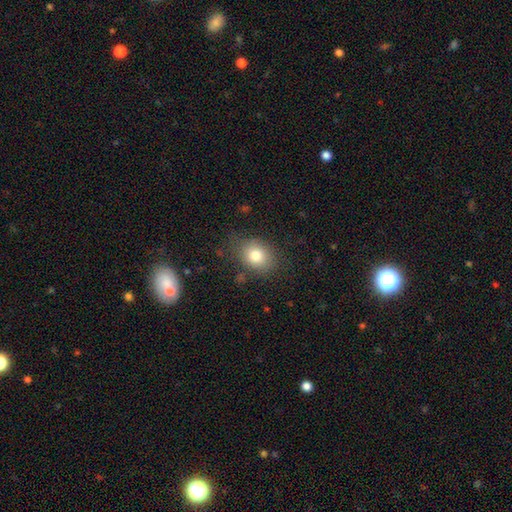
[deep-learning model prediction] Smooth or featured? Predicted: smooth (p=0.80). How rounded? Predicted: round (p=0.51). Merging? Predicted: none (p=0.76).